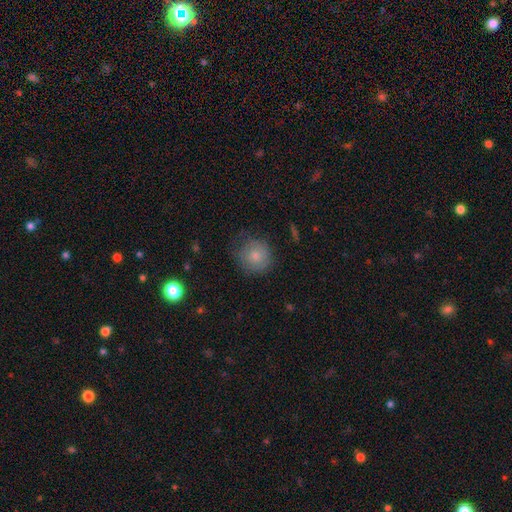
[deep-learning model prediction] Q: Smooth or featured?
A: smooth (78%); runner-up: featured or disk (14%)
Q: How rounded?
A: round (88%); runner-up: in between (11%)
Q: Merging?
A: none (64%); runner-up: minor disturbance (25%)